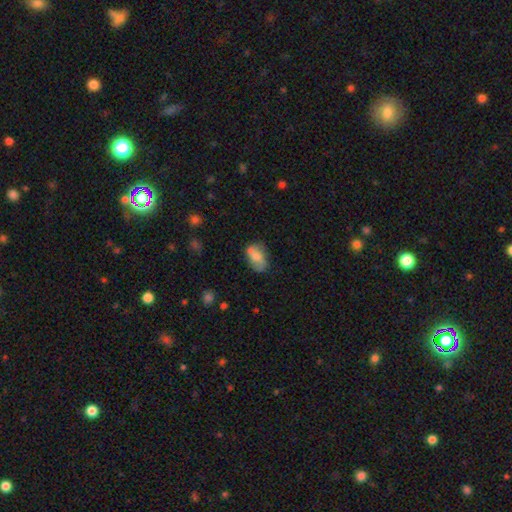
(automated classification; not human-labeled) This appears to be a smooth galaxy with no disk features (56%) that is in between round and cigar-shaped (88%). Merging: none (56%).